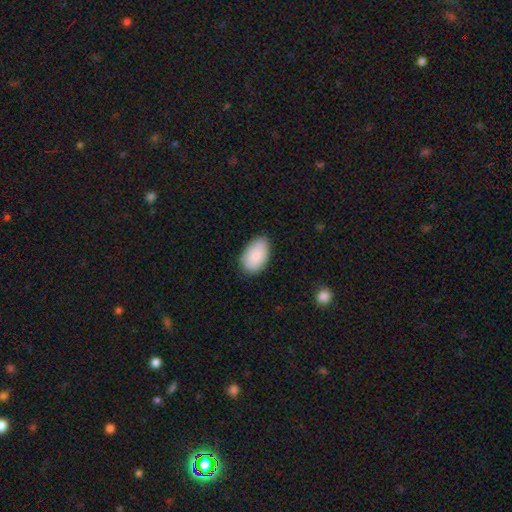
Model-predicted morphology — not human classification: smooth 87%, featured or disk 7%, star or artifact 6%. Down the decision tree: how rounded — in between (93%); merging — none (80%).